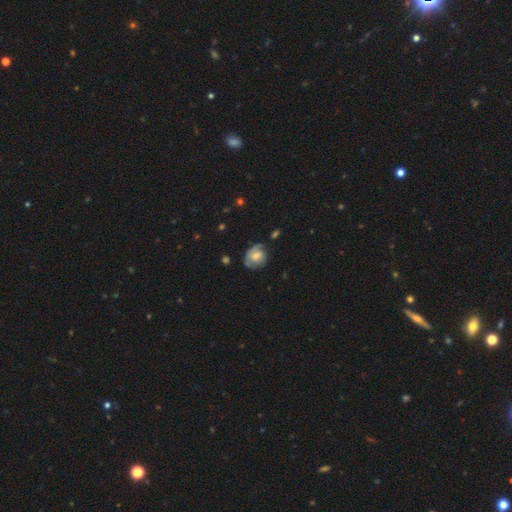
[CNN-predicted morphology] This appears to be a featured or disk galaxy (48%). Merging: none (56%).